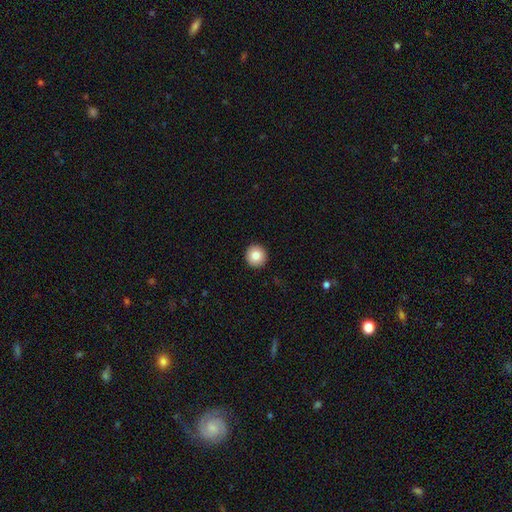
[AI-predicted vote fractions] Overall: smooth (83%). How rounded: round (95%). Merging: none (93%).